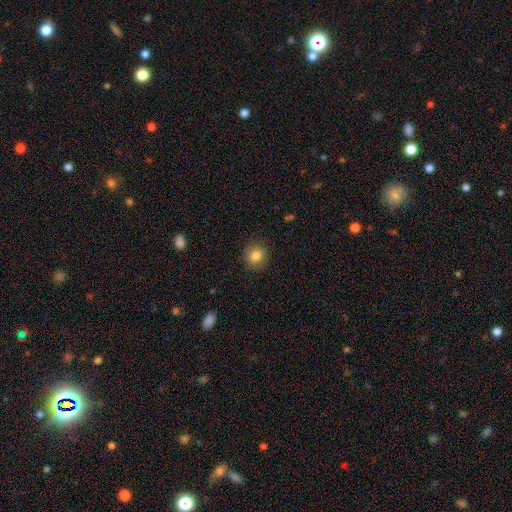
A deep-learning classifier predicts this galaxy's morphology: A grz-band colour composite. It shows a smooth galaxy with no disk features (82%) that is round (79%). Merging: none (88%).